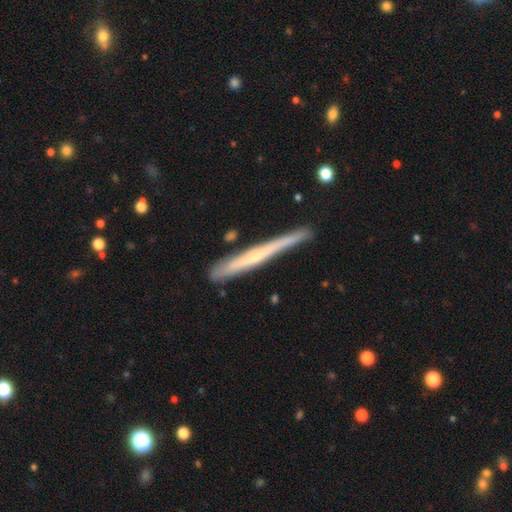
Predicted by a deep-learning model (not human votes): Smooth or featured? featured or disk (57%)
Edge-on disk? yes (96%)
Edge-on bulge? none (64%)
Merging? none (81%)